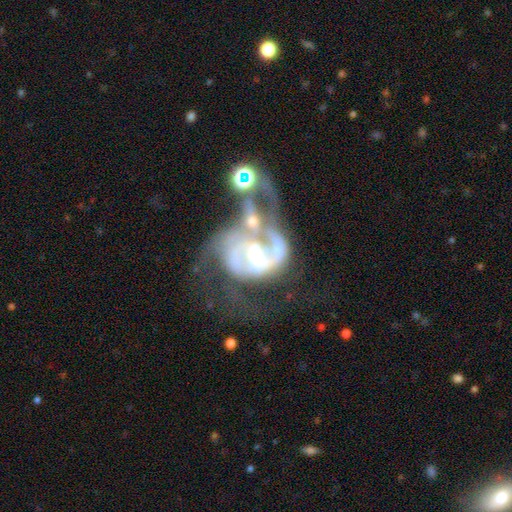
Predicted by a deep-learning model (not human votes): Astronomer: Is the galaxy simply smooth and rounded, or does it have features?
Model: featured or disk — 86%.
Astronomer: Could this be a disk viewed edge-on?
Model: no — 97%.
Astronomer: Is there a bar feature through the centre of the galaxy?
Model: no — 50% (runner-up: weak, 35%).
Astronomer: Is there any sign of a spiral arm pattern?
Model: yes — 91%.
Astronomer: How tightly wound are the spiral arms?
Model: medium — 44% (runner-up: tight, 31%).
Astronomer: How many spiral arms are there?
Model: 2 — 55%.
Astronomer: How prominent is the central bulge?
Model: moderate — 54% (runner-up: small, 39%).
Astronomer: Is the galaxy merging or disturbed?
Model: merger — 56%.